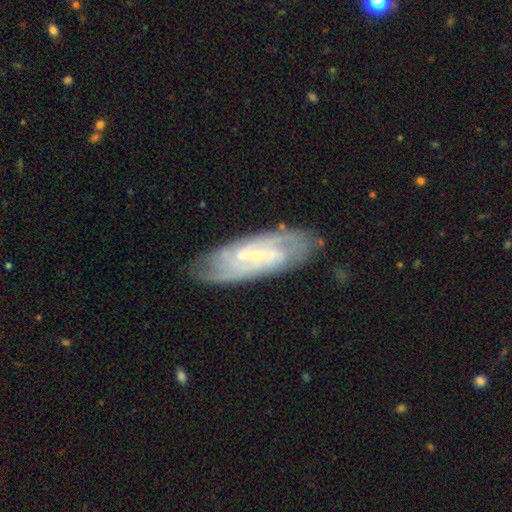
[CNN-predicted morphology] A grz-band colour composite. It shows a featured or disk galaxy (81%) with a weak bar (43%), tight (56%) spiral arms (92%) and a small central bulge (79%). Merging: none (79%).